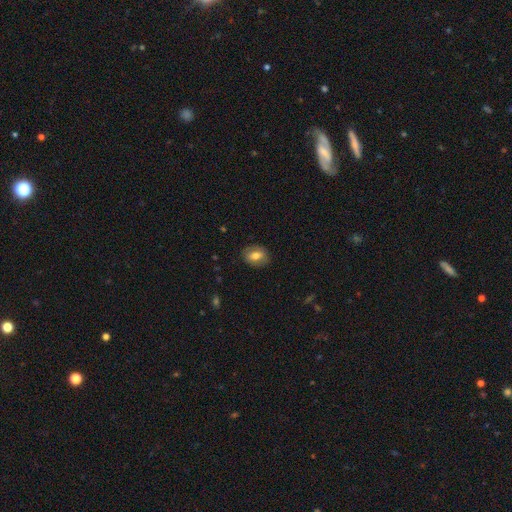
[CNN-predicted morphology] Smooth or featured? smooth (67%)
How rounded? in between (65%)
Merging? none (84%)